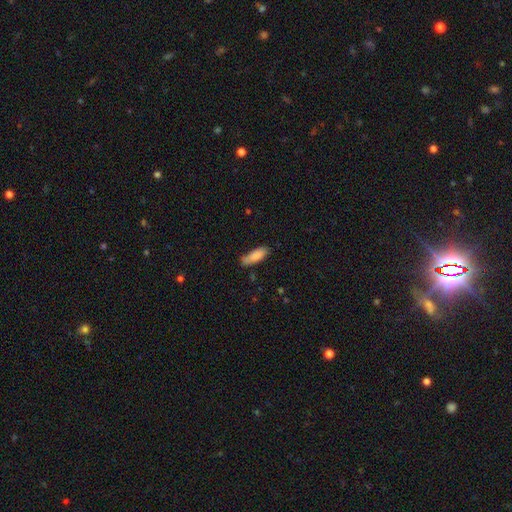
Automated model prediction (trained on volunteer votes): Smooth or featured: smooth — 85% (featured or disk — 9%)
How rounded: in between — 62% (cigar-shaped — 36%)
Merging: none — 64% (minor disturbance — 27%)